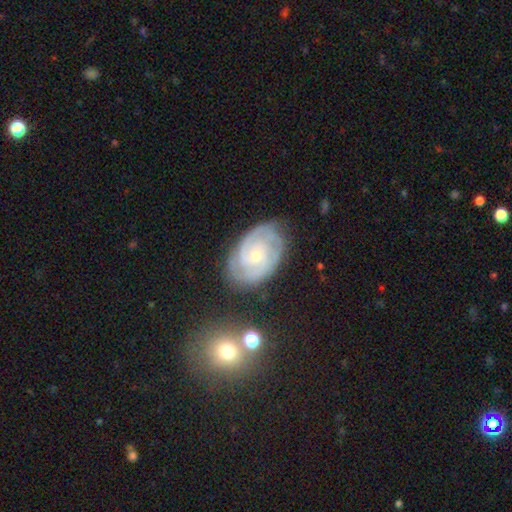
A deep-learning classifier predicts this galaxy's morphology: smooth_or_featured: featured or disk (p=0.86) [alt: smooth p=0.09]
disk_edge_on: no (p=0.97) [alt: yes p=0.03]
bar: no (p=0.71) [alt: weak p=0.24]
has_spiral_arms: yes (p=0.96) [alt: no p=0.04]
spiral_winding: tight (p=0.69) [alt: medium p=0.26]
spiral_arm_count: 2 (p=0.40) [alt: 3 p=0.25]
bulge_size: small (p=0.74) [alt: moderate p=0.23]
merging: none (p=0.77) [alt: minor disturbance p=0.16]